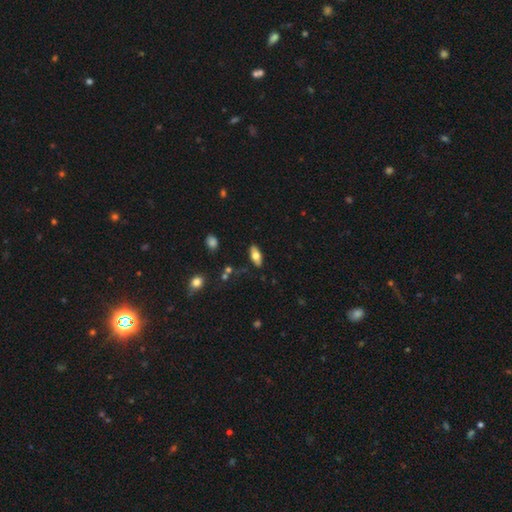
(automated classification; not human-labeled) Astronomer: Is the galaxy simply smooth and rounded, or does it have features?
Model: smooth — 63%.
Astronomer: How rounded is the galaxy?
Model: in between — 84%.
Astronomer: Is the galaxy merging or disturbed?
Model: none — 85%.